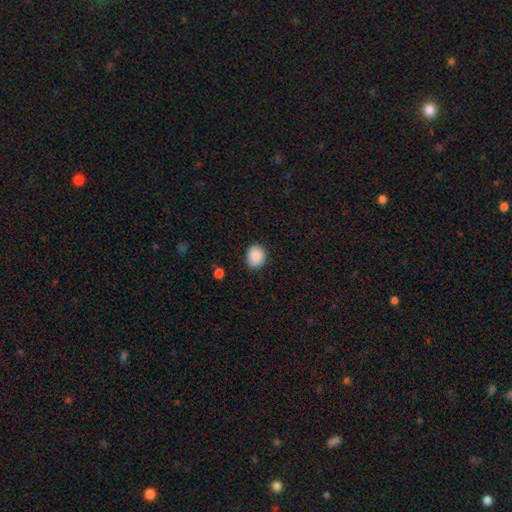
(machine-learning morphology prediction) Overall: smooth (89%). How rounded: round (65%; in between 34%). Merging: none (85%).